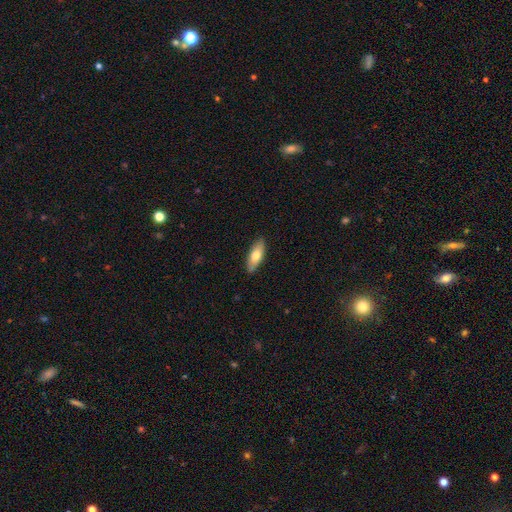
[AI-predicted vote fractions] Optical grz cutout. It shows a smooth galaxy with no disk features (69%) that is in between round and cigar-shaped (67%). Merging: none (87%).